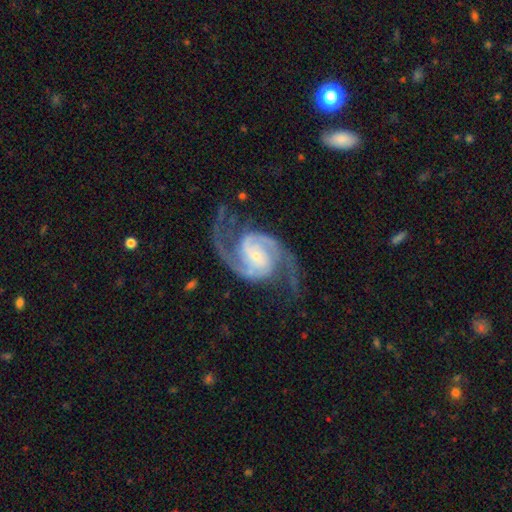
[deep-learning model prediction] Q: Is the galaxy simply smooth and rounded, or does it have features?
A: featured or disk — 93%.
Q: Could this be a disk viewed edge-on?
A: no — 98%.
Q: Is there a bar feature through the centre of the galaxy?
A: no — 51%.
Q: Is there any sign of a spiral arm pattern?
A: yes — 99%.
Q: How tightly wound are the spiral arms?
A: medium — 60%.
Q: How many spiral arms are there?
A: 2 — 93%.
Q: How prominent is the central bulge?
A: small — 72%.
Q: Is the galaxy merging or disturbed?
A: none — 74%.